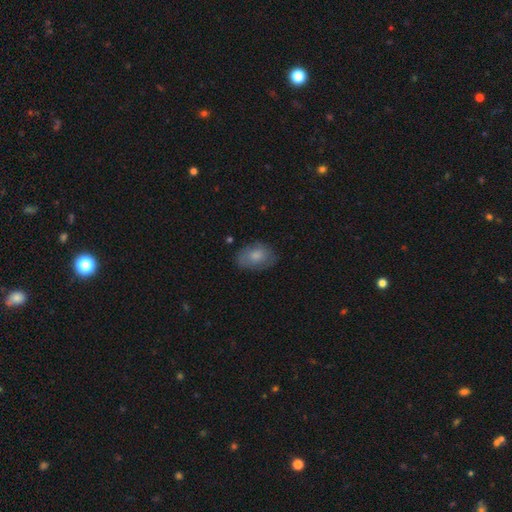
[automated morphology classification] Q: Smooth or featured?
A: smooth (73%); runner-up: featured or disk (20%)
Q: How rounded?
A: in between (83%); runner-up: round (15%)
Q: Merging?
A: none (73%); runner-up: minor disturbance (20%)